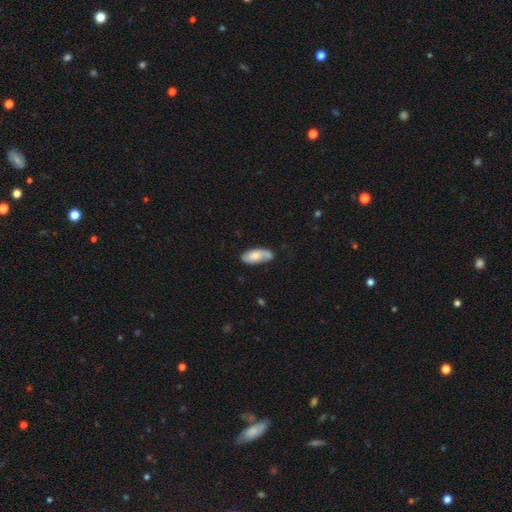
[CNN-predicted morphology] A smooth galaxy with no disk features (60%) that is in between round and cigar-shaped (85%). Merging: none (68%).